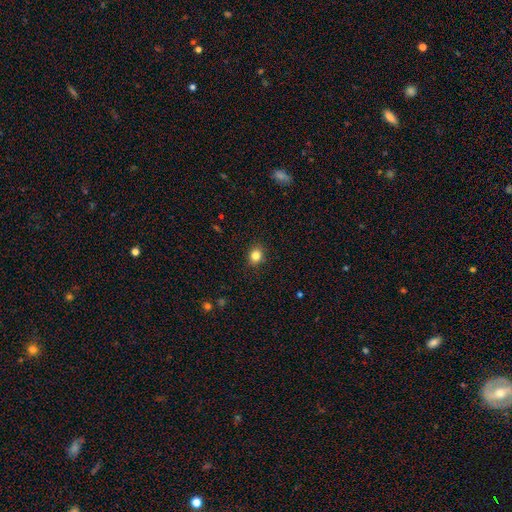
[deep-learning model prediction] Morphology: type=smooth (83%); roundness=round (66%); merging=none (89%).